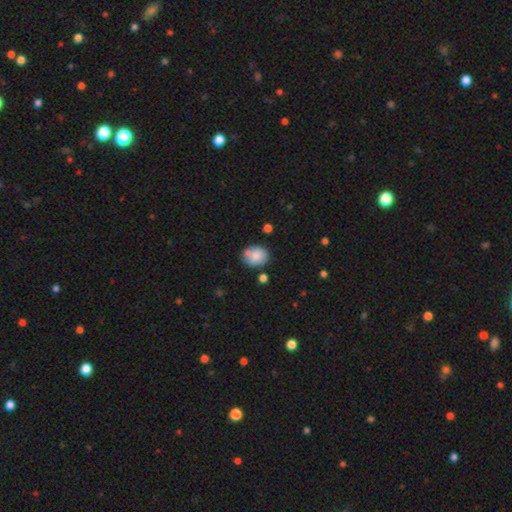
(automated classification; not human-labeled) Smooth or featured: smooth — 79% (featured or disk — 13%)
How rounded: round — 62% (in between — 37%)
Merging: none — 64% (minor disturbance — 17%)